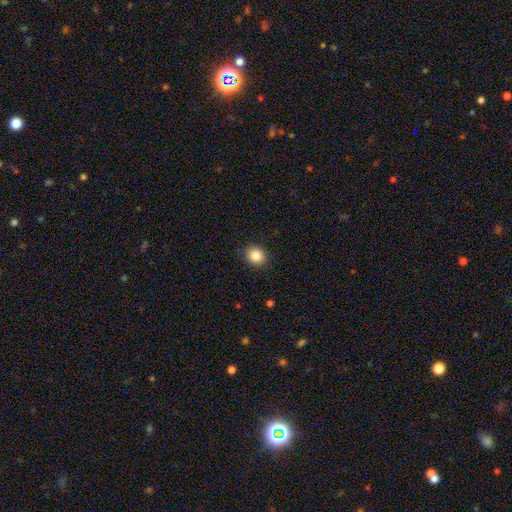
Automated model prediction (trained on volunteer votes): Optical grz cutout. It shows a smooth galaxy with no disk features (85%) that is round (78%). Merging: none (90%).